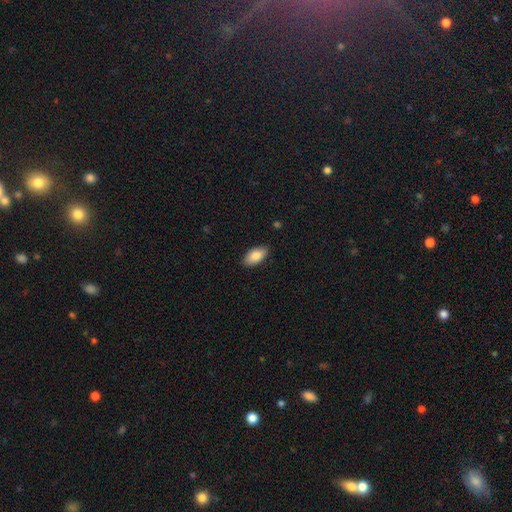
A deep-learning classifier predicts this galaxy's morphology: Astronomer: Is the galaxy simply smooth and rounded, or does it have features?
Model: smooth — 84%.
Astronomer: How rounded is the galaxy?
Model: in between — 93%.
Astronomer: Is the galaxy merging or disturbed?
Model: none — 87%.